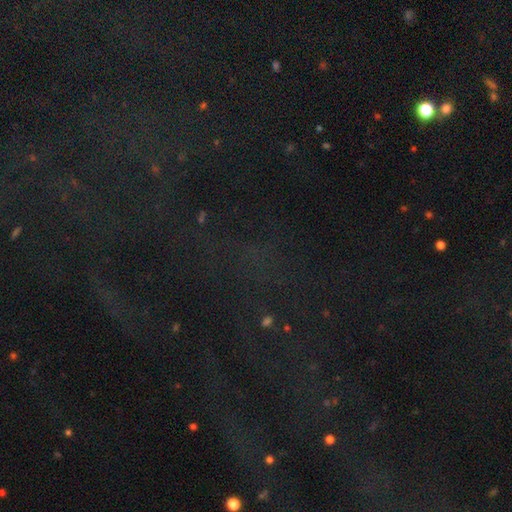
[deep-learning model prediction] The model was most divided on "smooth or featured": star or artifact: 78%, smooth: 12%, featured or disk: 9%.